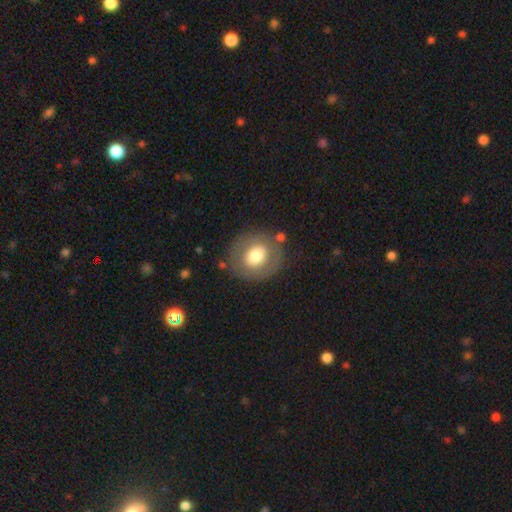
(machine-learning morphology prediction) This appears to be a smooth galaxy with no disk features (65%) that is round (72%). Merging: none (78%).